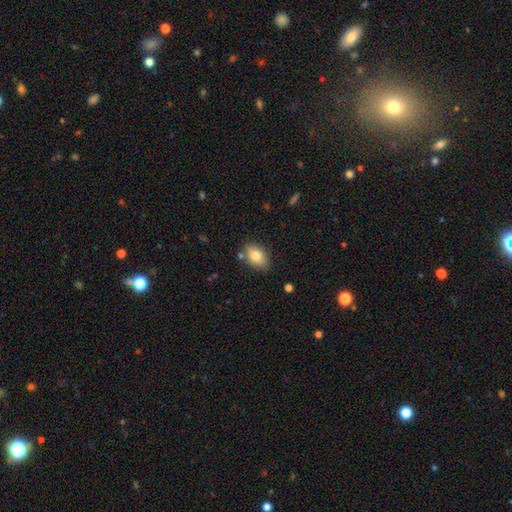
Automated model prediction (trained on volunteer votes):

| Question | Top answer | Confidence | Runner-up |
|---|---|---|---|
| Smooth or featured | smooth | 79% | featured or disk (13%) |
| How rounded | in between | 86% | round (11%) |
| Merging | none | 80% | minor disturbance (13%) |